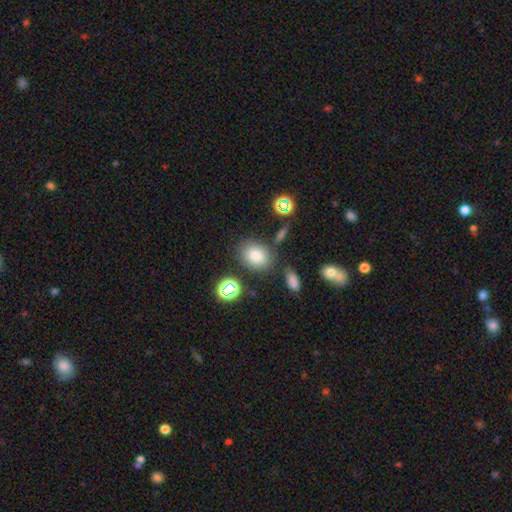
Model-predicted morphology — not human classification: The model was most divided on "how rounded": in between: 53%, round: 45%, cigar-shaped: 1%. More confident: smooth or featured — smooth (77%); merging — none (76%).